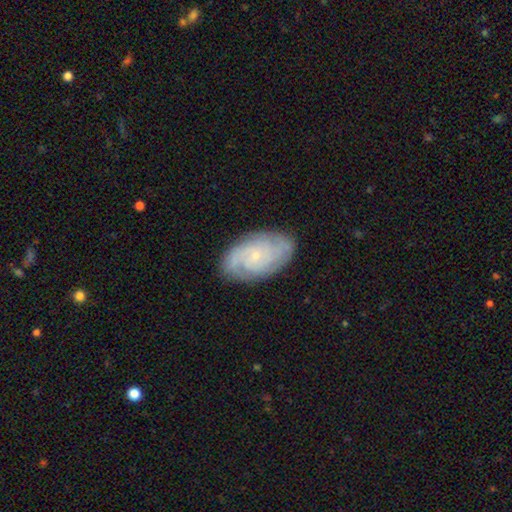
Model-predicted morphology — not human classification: type=featured or disk (77%); edge-on=no (96%); bar=no (76%); spiral arms=yes (94%); winding=tight (65%); arm count=can't tell (32%); bulge=small (81%); merging=none (81%).